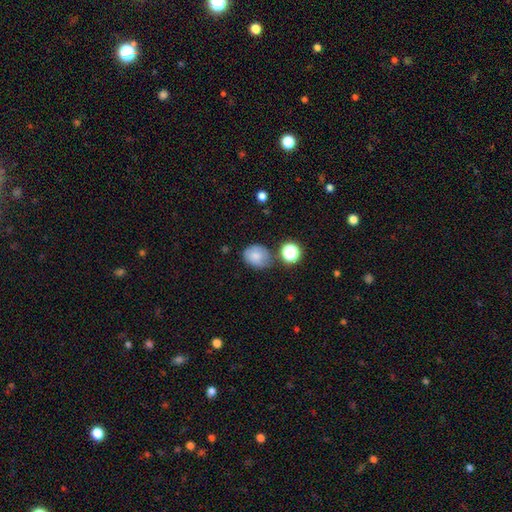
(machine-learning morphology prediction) This appears to be a smooth galaxy with no disk features (77%) that is round (56%). Merging: none (64%).